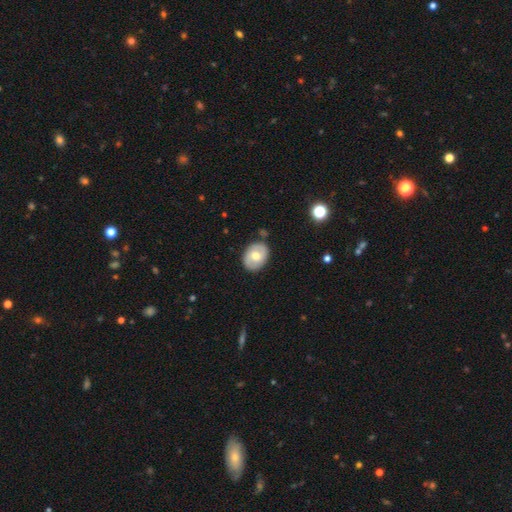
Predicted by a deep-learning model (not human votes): A smooth galaxy with no disk features (52%) that is in between round and cigar-shaped (63%).

Vote fractions:
- Smooth or featured? smooth: 52% / featured or disk: 41% / star or artifact: 7%
- How rounded? in between: 63% / round: 36% / cigar-shaped: 1%
- Merging? none: 81% / minor disturbance: 14% / major disturbance: 3% / merger: 2%